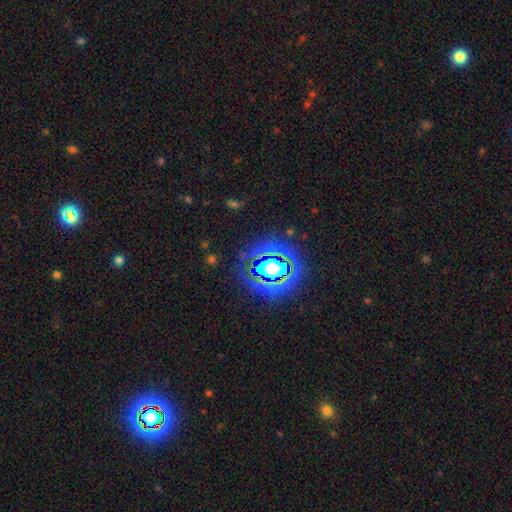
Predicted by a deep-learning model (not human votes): Smooth or featured? star or artifact (82%)